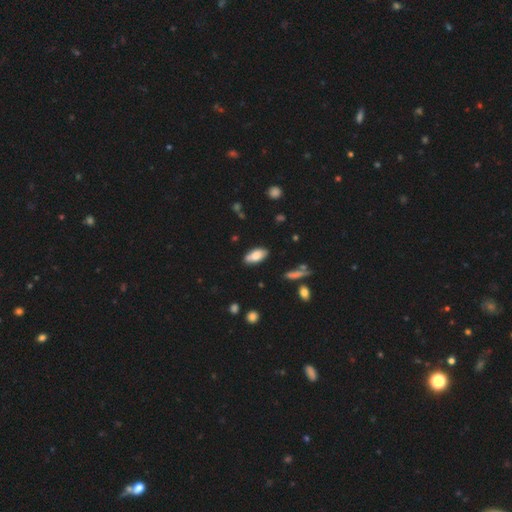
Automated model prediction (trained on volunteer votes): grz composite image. It shows a smooth galaxy with no disk features (81%) that is in between round and cigar-shaped (90%). Merging: none (79%).